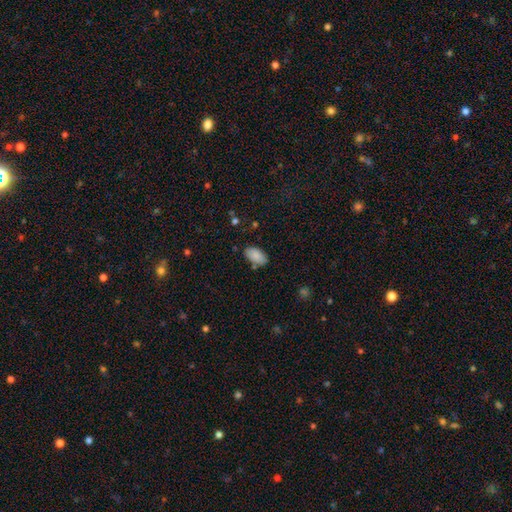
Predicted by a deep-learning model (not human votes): This appears to be a smooth galaxy with no disk features (87%) that is in between round and cigar-shaped (95%). Merging: none (81%).